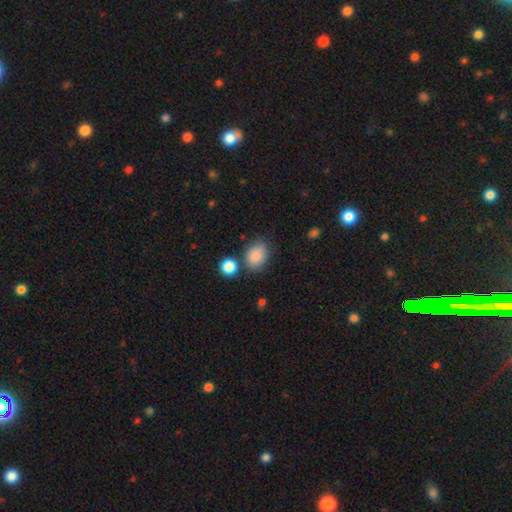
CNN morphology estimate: Smooth or featured? smooth (87%)
How rounded? in between (68%)
Merging? none (71%)